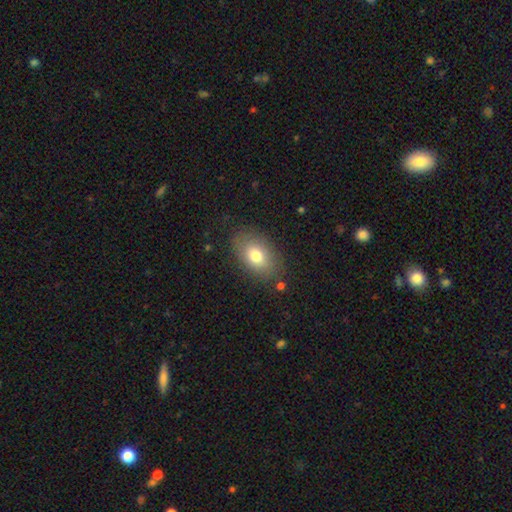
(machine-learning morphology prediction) Smooth or featured? Predicted: smooth (p=0.76). How rounded? Predicted: in between (p=0.86). Merging? Predicted: none (p=0.81).